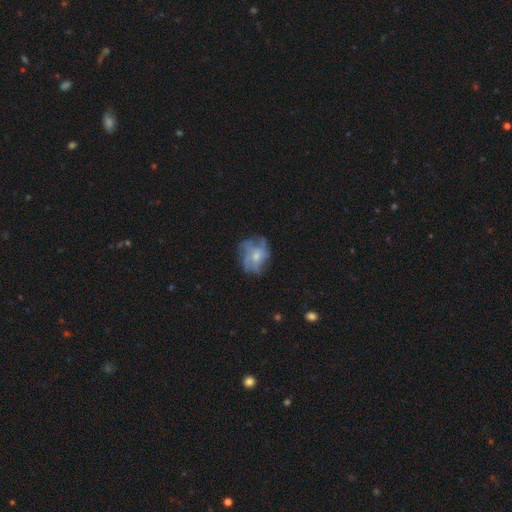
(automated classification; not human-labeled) smooth_or_featured: featured or disk (p=0.54) [alt: smooth p=0.35]
disk_edge_on: no (p=0.97) [alt: yes p=0.03]
bar: no (p=0.81) [alt: weak p=0.17]
has_spiral_arms: yes (p=0.53) [alt: no p=0.47]
bulge_size: moderate (p=0.49) [alt: small p=0.38]
merging: none (p=0.57) [alt: minor disturbance p=0.22]